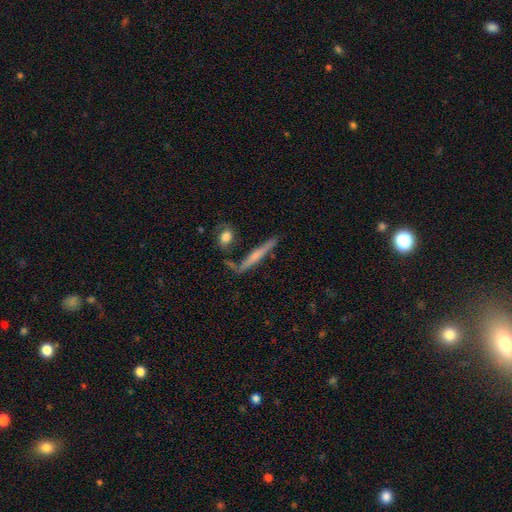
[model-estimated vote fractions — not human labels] Smooth or featured?
  - featured or disk: 52% *
  - smooth: 42%
  - star or artifact: 7%
Edge-on disk?
  - yes: 94% *
  - no: 6%
Merging?
  - none: 75% *
  - minor disturbance: 14%
  - merger: 8%
  - major disturbance: 4%